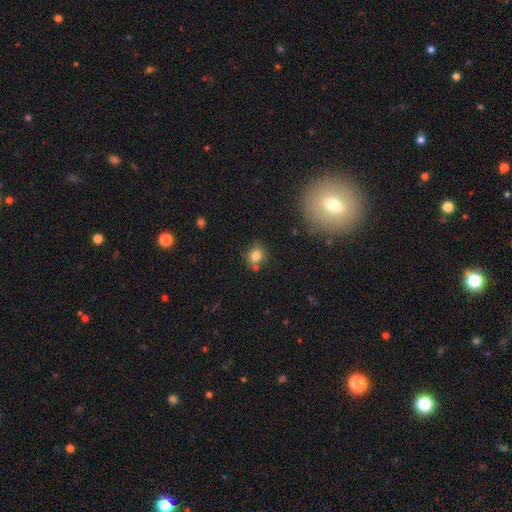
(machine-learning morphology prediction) Overall: smooth (81%). How rounded: round (77%). Merging: none (71%).